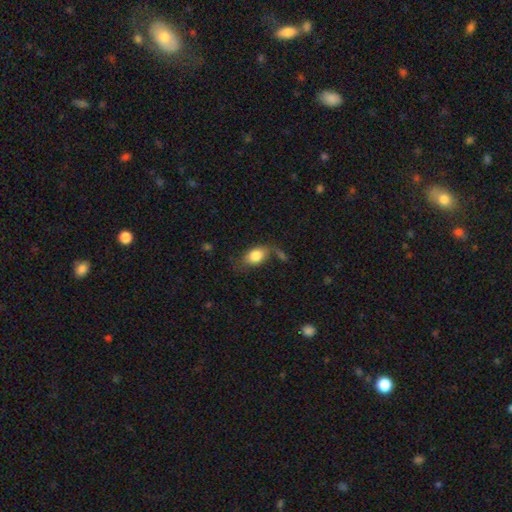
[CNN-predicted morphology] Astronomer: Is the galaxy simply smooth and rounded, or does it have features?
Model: smooth — 79%.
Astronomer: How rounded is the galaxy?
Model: in between — 84%.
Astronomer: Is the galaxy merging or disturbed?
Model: none — 55%.